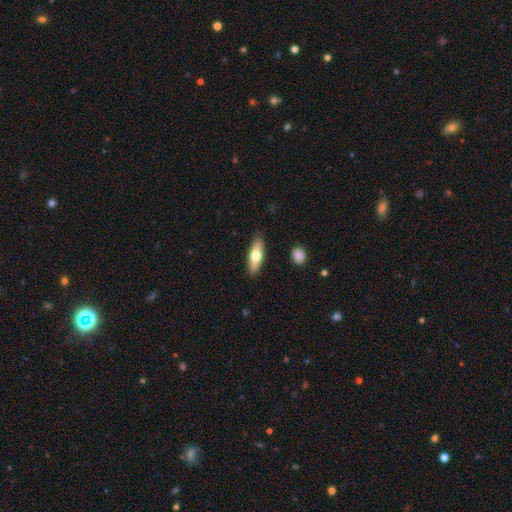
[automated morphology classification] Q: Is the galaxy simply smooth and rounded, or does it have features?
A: smooth — 66%.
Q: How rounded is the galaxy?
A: in between — 55%.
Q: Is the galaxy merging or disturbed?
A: none — 88%.